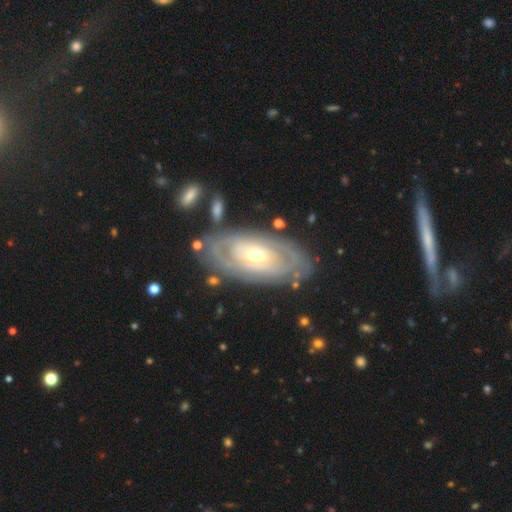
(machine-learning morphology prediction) Smooth or featured? Predicted: featured or disk (p=0.80). Edge-on disk? Predicted: no (p=0.92). Bar? Predicted: no (p=0.69). Spiral arms? Predicted: yes (p=0.66). Bulge size? Predicted: moderate (p=0.68). Merging? Predicted: none (p=0.79).